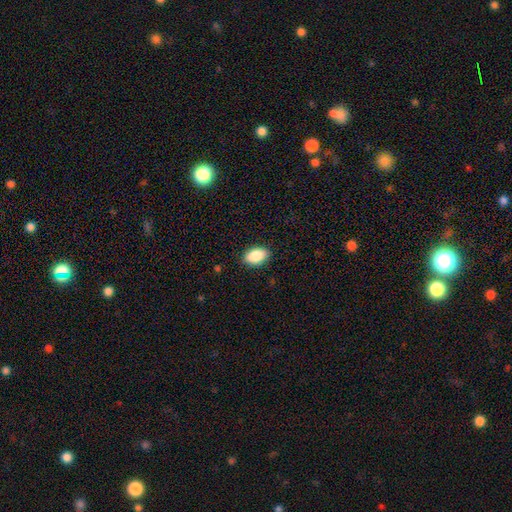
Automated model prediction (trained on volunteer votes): This is clearly a smooth galaxy (87%). How rounded: clearly in between (89%). Merging: clearly none (87%).